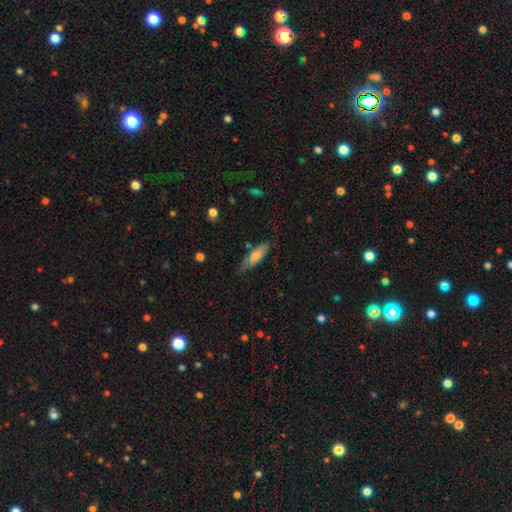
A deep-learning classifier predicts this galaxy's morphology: The model was most divided on "how rounded": in between: 53%, cigar-shaped: 44%, round: 3%. More confident: merging — none (64%); smooth or featured — smooth (62%).